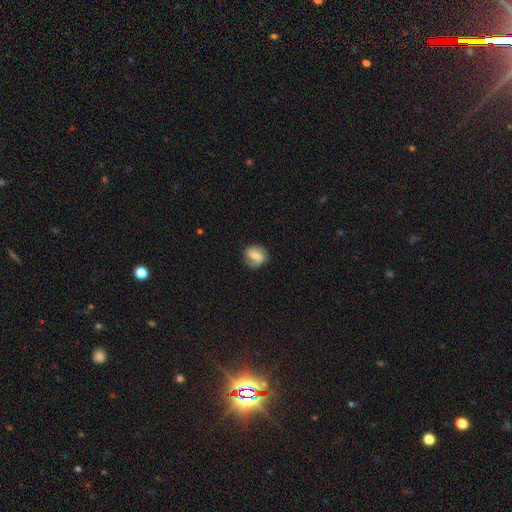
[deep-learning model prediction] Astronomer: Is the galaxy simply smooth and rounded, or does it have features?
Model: featured or disk — 47% (runner-up: smooth, 45%).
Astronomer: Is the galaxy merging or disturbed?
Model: none — 74%.